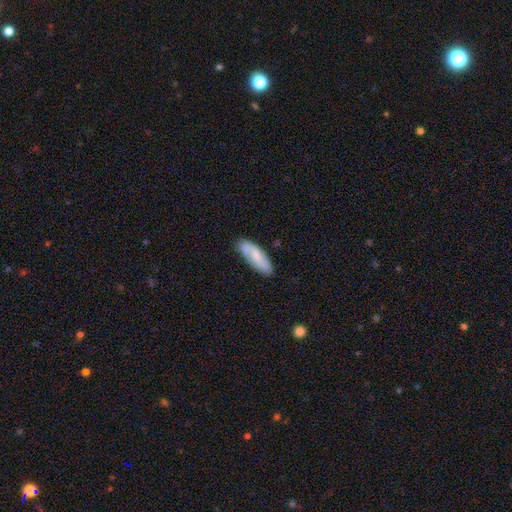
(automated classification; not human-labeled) Overall: smooth (56%; featured or disk 38%). How rounded: in between (65%; cigar-shaped 33%). Merging: none (71%).